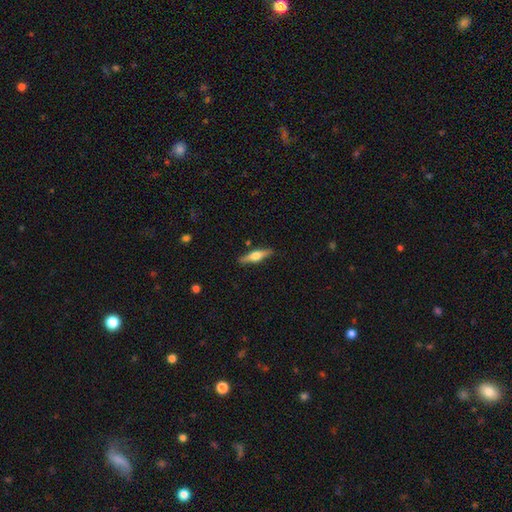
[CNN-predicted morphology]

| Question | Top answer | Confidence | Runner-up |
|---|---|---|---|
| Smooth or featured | featured or disk | 60% | smooth (35%) |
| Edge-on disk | yes | 96% | no (4%) |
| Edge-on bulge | rounded | 93% | boxy (5%) |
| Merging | none | 89% | minor disturbance (8%) |